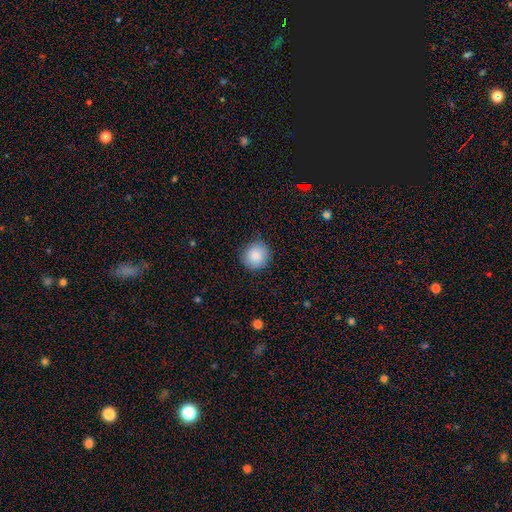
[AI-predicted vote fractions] smooth 88%, star or artifact 8%, featured or disk 4%. Down the decision tree: how rounded — round (92%); merging — none (87%).